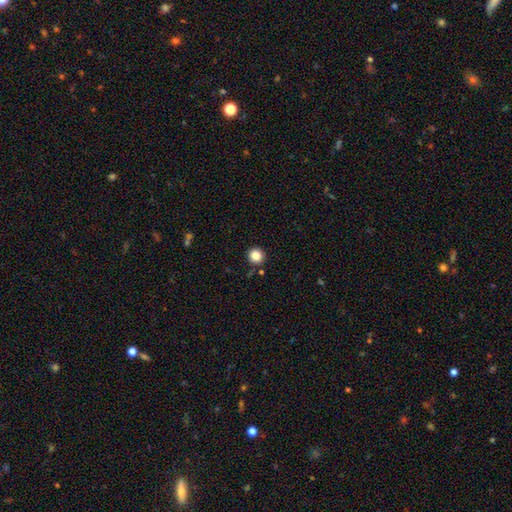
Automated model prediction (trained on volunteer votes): Overall: smooth (85%). How rounded: round (92%). Merging: none (89%).